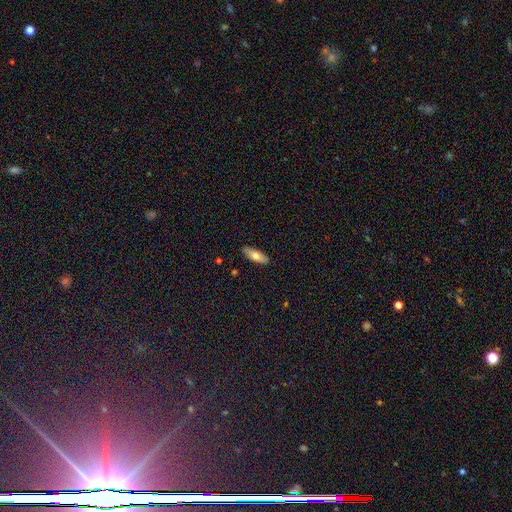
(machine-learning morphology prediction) smooth_or_featured: smooth (p=0.71) [alt: featured or disk p=0.23]
how_rounded: in between (p=0.63) [alt: cigar-shaped p=0.35]
merging: none (p=0.88) [alt: minor disturbance p=0.09]